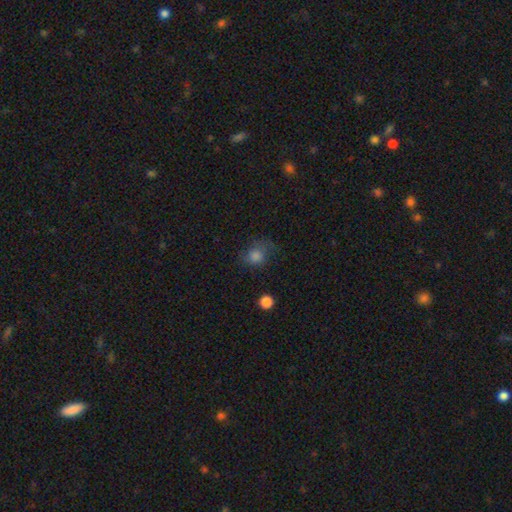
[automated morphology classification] This is likely a smooth galaxy (78%). How rounded: likely round (69%). Merging: possibly none (58%).